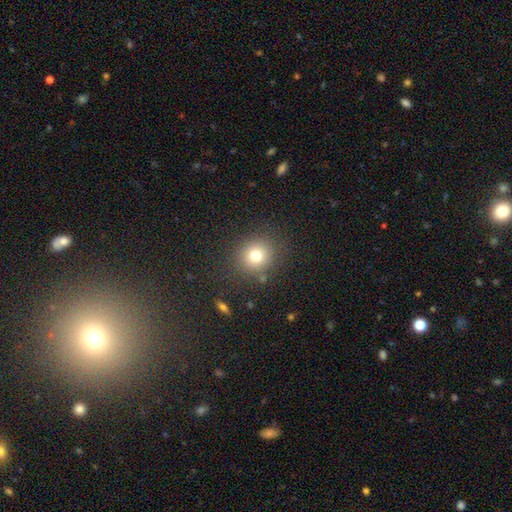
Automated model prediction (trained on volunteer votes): Smooth or featured: smooth — 76% (star or artifact — 14%)
How rounded: round — 85% (in between — 14%)
Merging: none — 85% (minor disturbance — 9%)